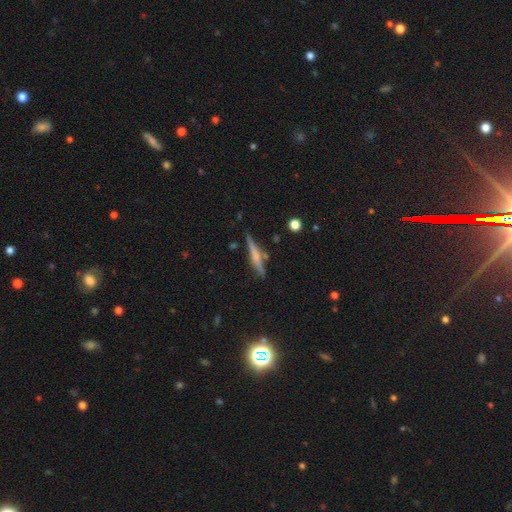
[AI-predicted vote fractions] smooth_or_featured: featured or disk (p=0.51) [alt: smooth p=0.42]
disk_edge_on: yes (p=0.96) [alt: no p=0.04]
merging: none (p=0.79) [alt: minor disturbance p=0.13]